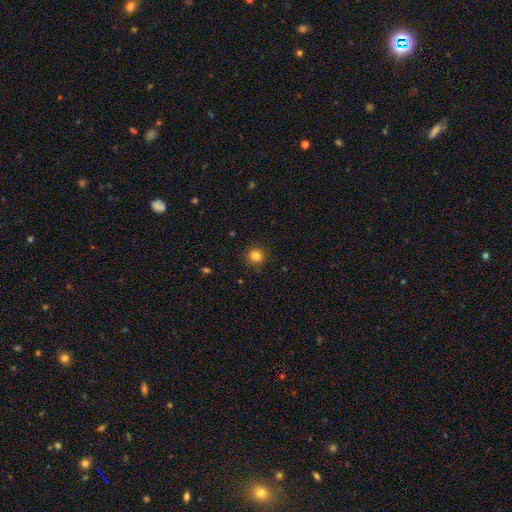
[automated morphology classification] The model was most divided on "smooth or featured": smooth: 83%, star or artifact: 12%, featured or disk: 5%. More confident: how rounded — round (92%); merging — none (89%).